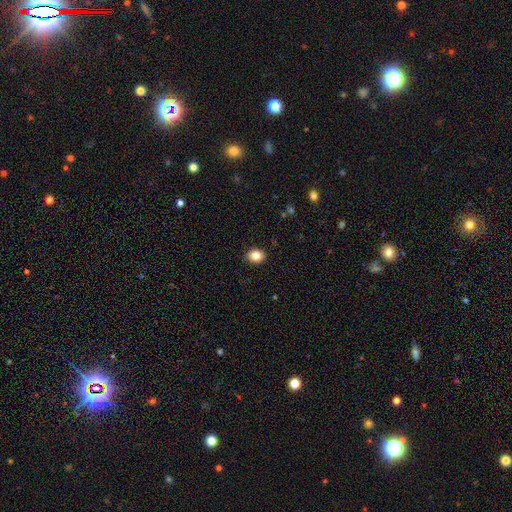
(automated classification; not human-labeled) Overall: smooth (84%). How rounded: in between (50%; round 49%). Merging: none (90%).